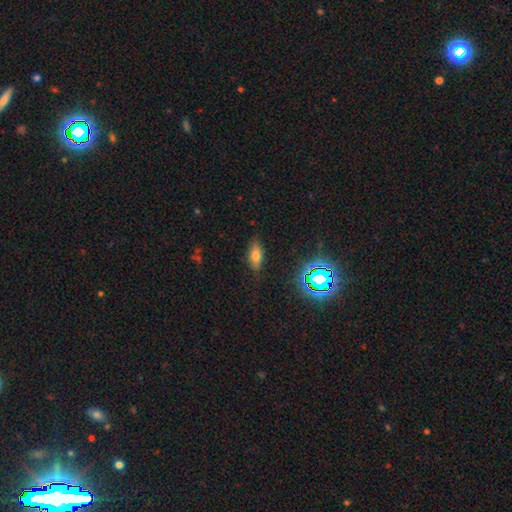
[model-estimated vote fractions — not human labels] smooth_or_featured: smooth (p=0.67) [alt: featured or disk p=0.17]
how_rounded: in between (p=0.80) [alt: cigar-shaped p=0.15]
merging: none (p=0.82) [alt: minor disturbance p=0.13]